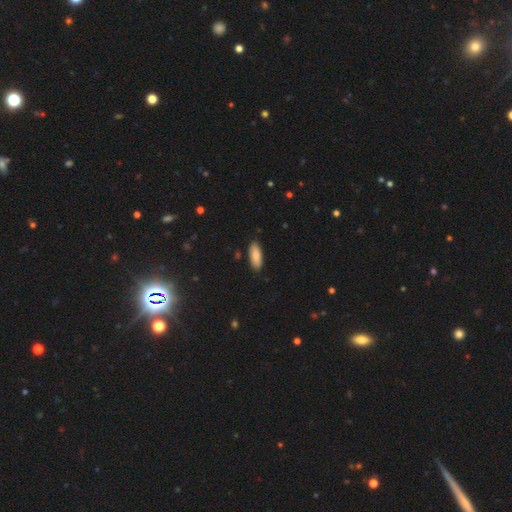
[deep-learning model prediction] Smooth or featured? smooth (86%)
How rounded? in between (74%)
Merging? none (86%)